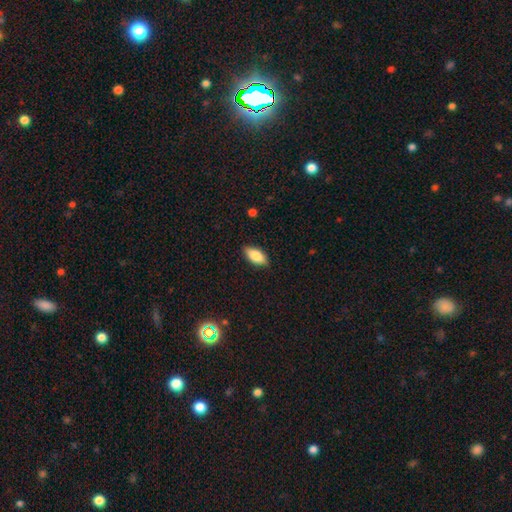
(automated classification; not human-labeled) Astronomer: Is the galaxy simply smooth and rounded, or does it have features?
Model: smooth — 83%.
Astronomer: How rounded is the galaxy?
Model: in between — 89%.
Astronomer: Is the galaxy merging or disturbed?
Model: none — 87%.